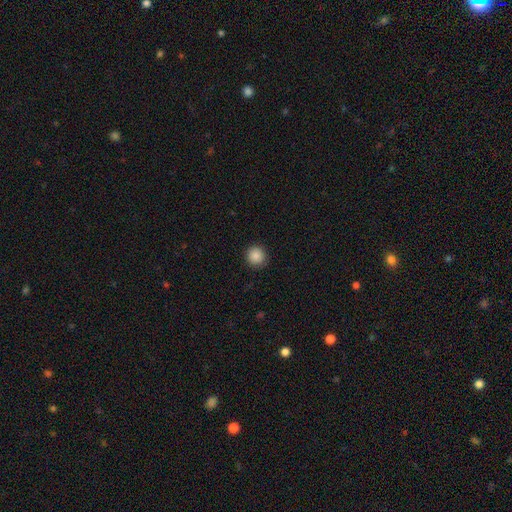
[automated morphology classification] A smooth galaxy with no disk features (87%) that is round (95%).

Vote fractions:
- Smooth or featured? smooth: 87% / star or artifact: 9% / featured or disk: 3%
- How rounded? round: 95% / in between: 5% / cigar-shaped: 1%
- Merging? none: 90% / minor disturbance: 7% / major disturbance: 2% / merger: 1%